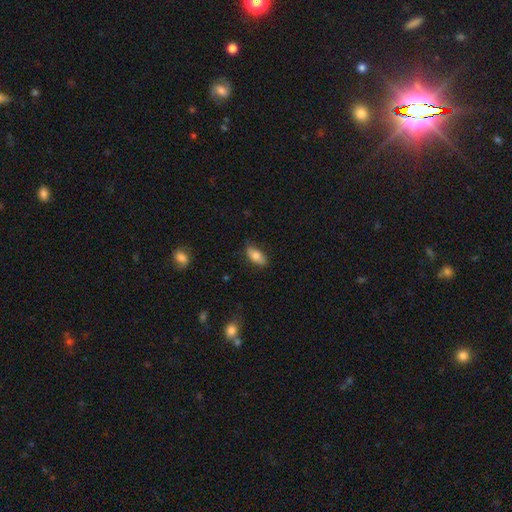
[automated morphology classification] Q: Smooth or featured?
A: smooth (79%); runner-up: featured or disk (14%)
Q: How rounded?
A: in between (85%); runner-up: cigar-shaped (12%)
Q: Merging?
A: none (80%); runner-up: minor disturbance (16%)